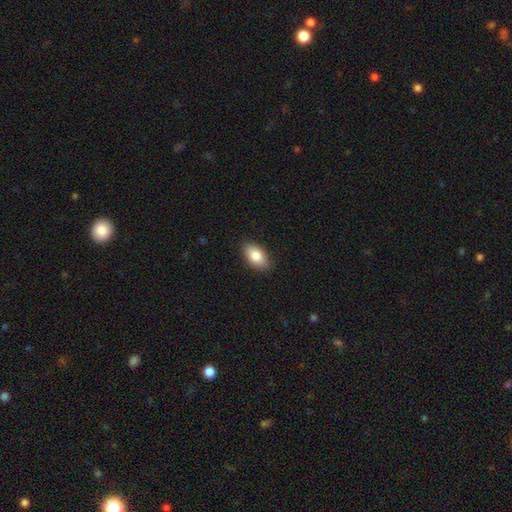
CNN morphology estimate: A smooth galaxy with no disk features (83%) that is in between round and cigar-shaped (93%).

Vote fractions:
- Smooth or featured? smooth: 83% / featured or disk: 10% / star or artifact: 7%
- How rounded? in between: 93% / round: 5% / cigar-shaped: 2%
- Merging? none: 88% / minor disturbance: 9% / major disturbance: 2% / merger: 1%